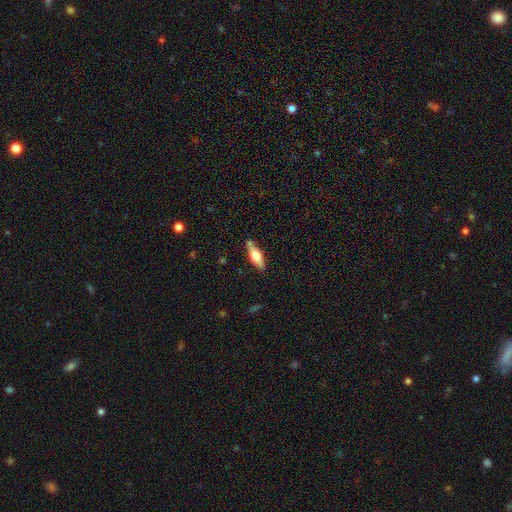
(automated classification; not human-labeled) smooth_or_featured: smooth (p=0.54) [alt: featured or disk p=0.40]
how_rounded: in between (p=0.53) [alt: cigar-shaped p=0.45]
merging: none (p=0.74) [alt: minor disturbance p=0.15]